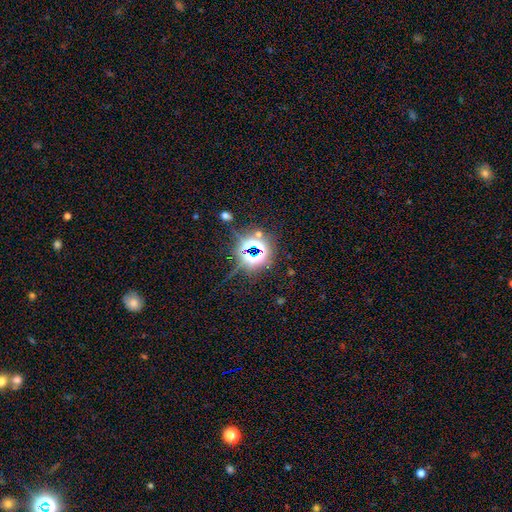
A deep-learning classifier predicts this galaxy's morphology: The model was most divided on "smooth or featured": star or artifact: 76%, smooth: 15%, featured or disk: 9%.